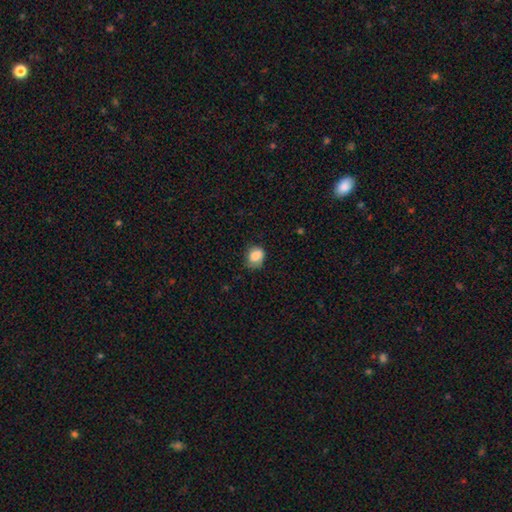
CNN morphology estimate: type=smooth (82%); roundness=round (55%); merging=none (55%).